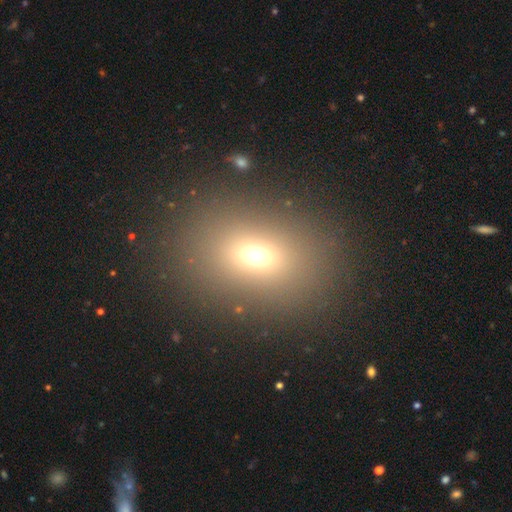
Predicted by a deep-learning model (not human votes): smooth 66%, star or artifact 21%, featured or disk 13%. Down the decision tree: how rounded — in between (62%); merging — none (86%).